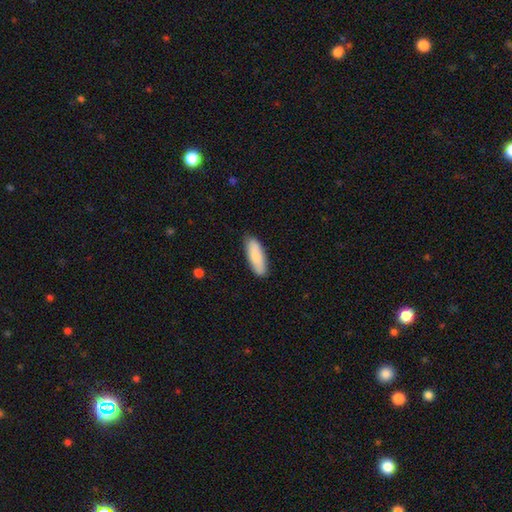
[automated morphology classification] The model was most divided on "how rounded": in between: 58%, cigar-shaped: 41%, round: 2%. More confident: merging — none (86%); smooth or featured — smooth (84%).